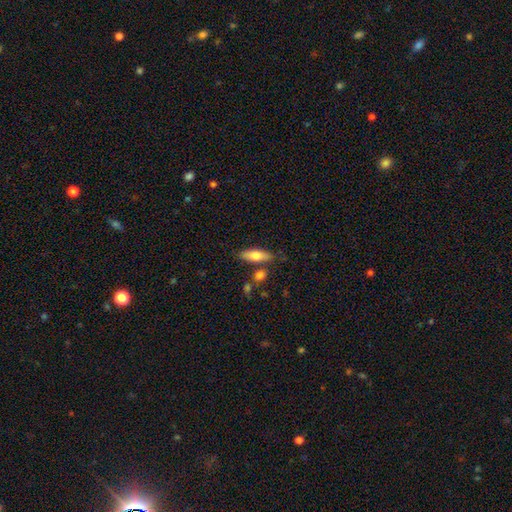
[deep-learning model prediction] A smooth galaxy with no disk features (73%) that is in between round and cigar-shaped (60%).

Vote fractions:
- Smooth or featured? smooth: 73% / featured or disk: 20% / star or artifact: 6%
- How rounded? in between: 60% / cigar-shaped: 38% / round: 3%
- Merging? none: 73% / minor disturbance: 14% / merger: 9% / major disturbance: 4%